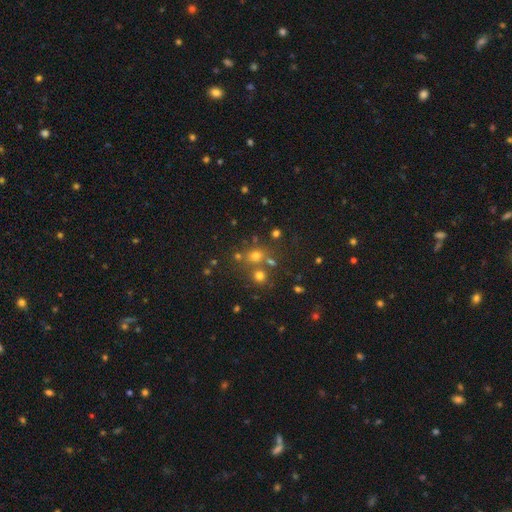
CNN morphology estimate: type=smooth (64%); roundness=round (74%); merging=none (63%).